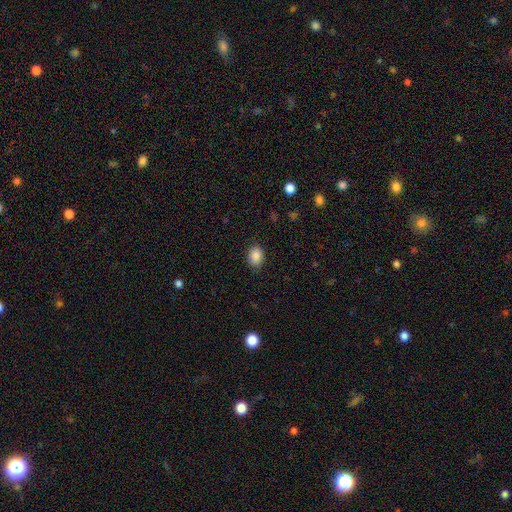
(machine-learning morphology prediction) A smooth galaxy with no disk features (88%) that is in between round and cigar-shaped (68%).

Vote fractions:
- Smooth or featured? smooth: 88% / star or artifact: 8% / featured or disk: 4%
- How rounded? in between: 68% / round: 31% / cigar-shaped: 1%
- Merging? none: 84% / minor disturbance: 12% / major disturbance: 3% / merger: 1%